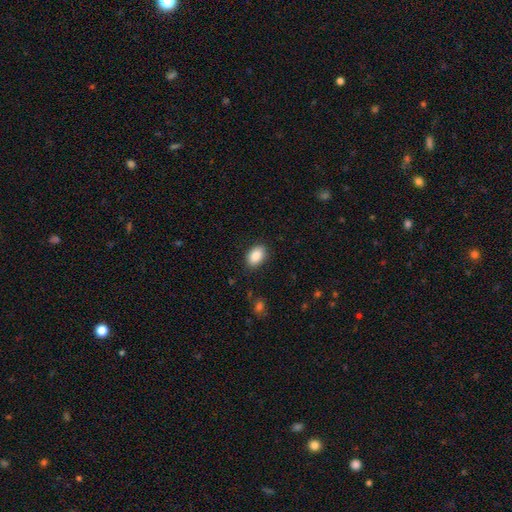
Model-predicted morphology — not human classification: A smooth galaxy with no disk features (88%) that is in between round and cigar-shaped (86%). Merging: none (86%).